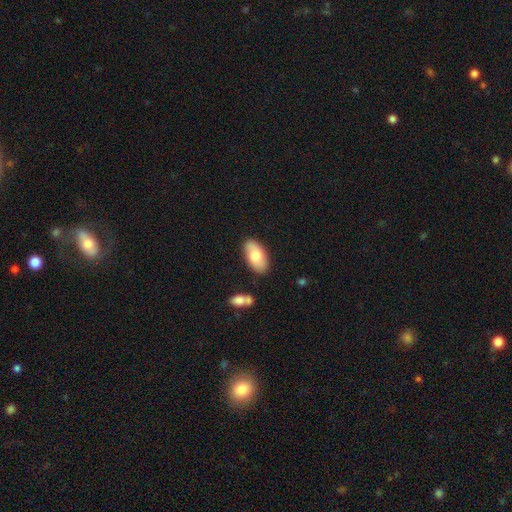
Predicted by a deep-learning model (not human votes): This is likely a smooth galaxy (74%). How rounded: clearly in between (94%). Merging: clearly none (81%).